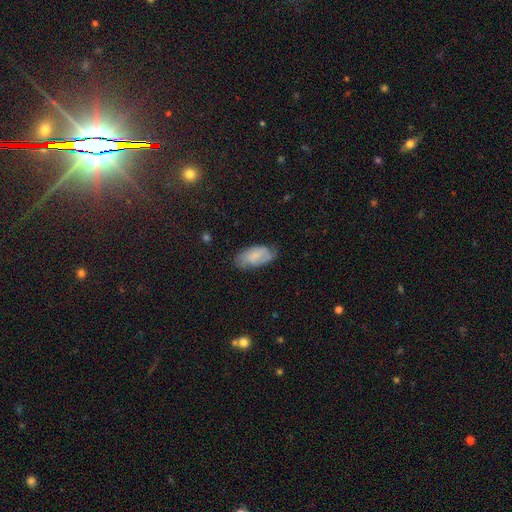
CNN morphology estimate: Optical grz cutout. It shows a smooth galaxy with no disk features (66%) that is in between round and cigar-shaped (93%). Merging: none (68%).